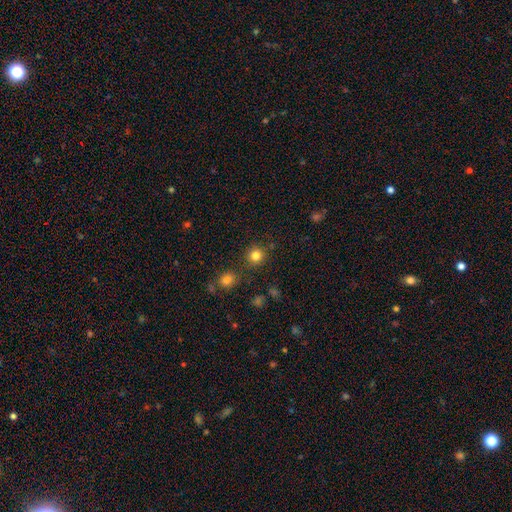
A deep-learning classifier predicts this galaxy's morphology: The model was most divided on "smooth or featured": smooth: 82%, star or artifact: 13%, featured or disk: 5%. More confident: how rounded — round (93%); merging — none (86%).